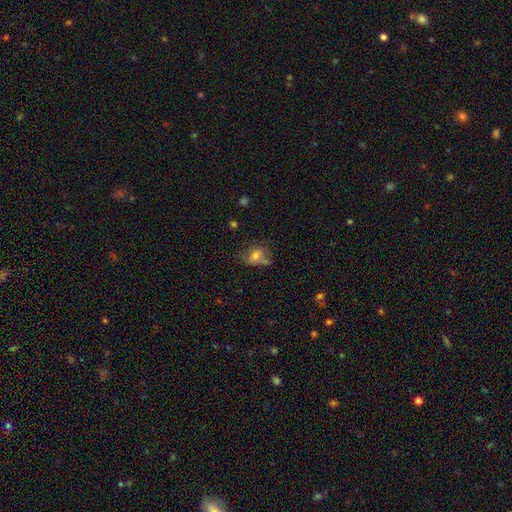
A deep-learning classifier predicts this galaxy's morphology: smooth-or-featured: smooth: 65% | featured or disk: 22% | star or artifact: 12%
  how-rounded: in between: 64% | round: 34% | cigar-shaped: 2%
  merging: none: 42% | minor disturbance: 27% | major disturbance: 20% | merger: 11%